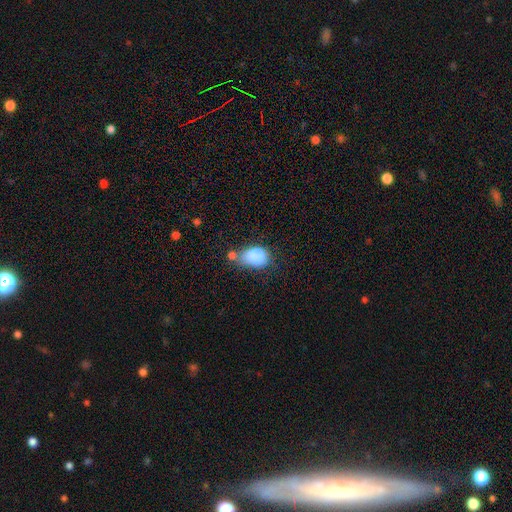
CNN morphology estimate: Smooth or featured?
  - smooth: 83% *
  - featured or disk: 9%
  - star or artifact: 8%
How rounded?
  - in between: 80% *
  - round: 19%
  - cigar-shaped: 1%
Merging?
  - none: 29% * (tied)
  - merger: 29% * (tied)
  - minor disturbance: 28%
  - major disturbance: 13%